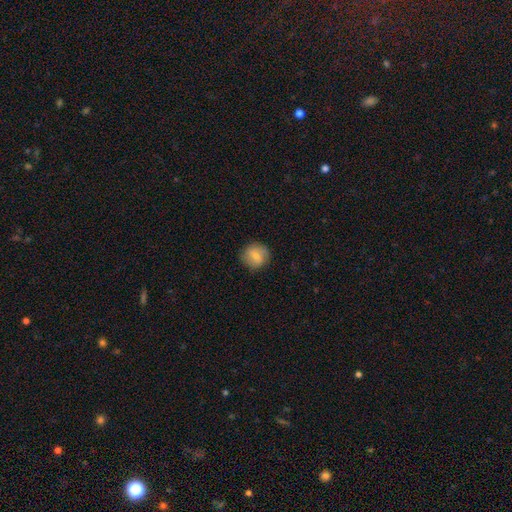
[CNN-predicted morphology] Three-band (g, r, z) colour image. It shows a smooth galaxy with no disk features (72%) that is round (89%). Merging: none (84%).